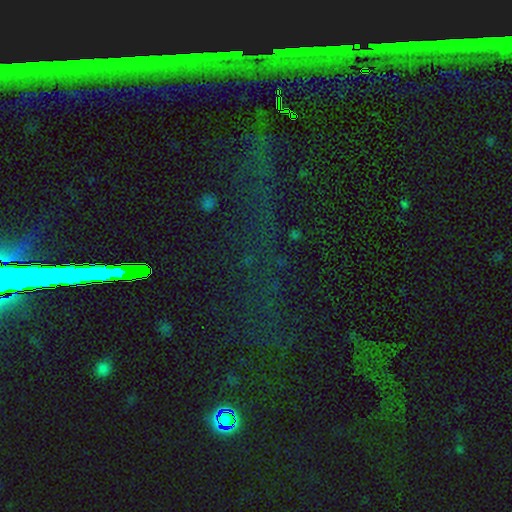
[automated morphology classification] A star or artifact, not a galaxy (75%).